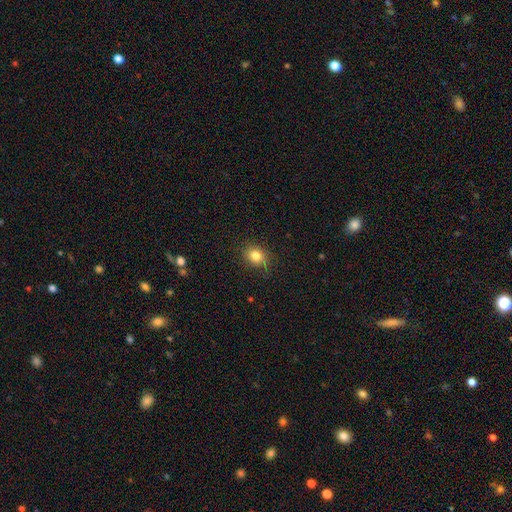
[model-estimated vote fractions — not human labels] This is clearly a smooth galaxy (83%). How rounded: possibly round (54%). Merging: clearly none (81%).